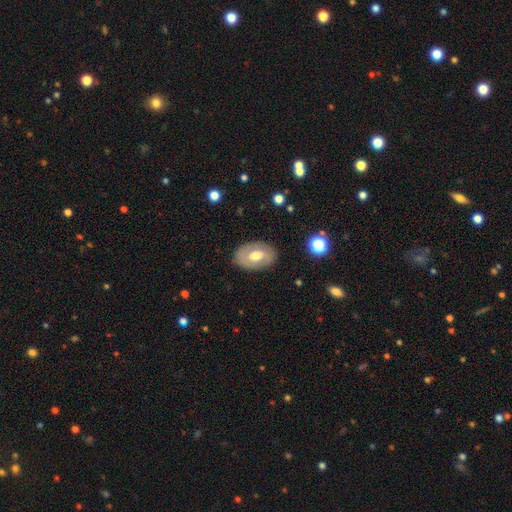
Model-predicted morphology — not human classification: This is possibly a featured or disk galaxy (49%). Merging: clearly none (82%).